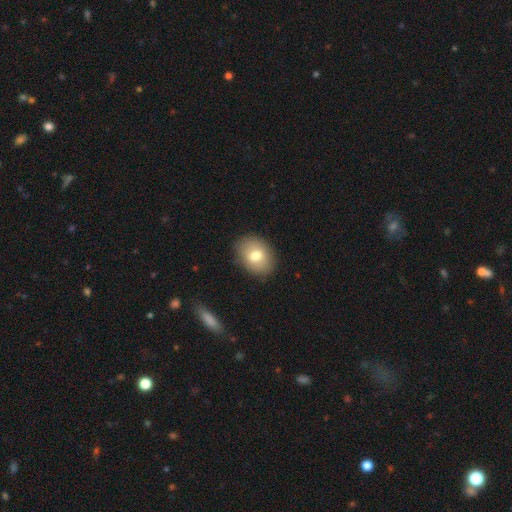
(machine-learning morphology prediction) Overall: smooth (75%). How rounded: in between (68%; round 31%). Merging: none (86%).